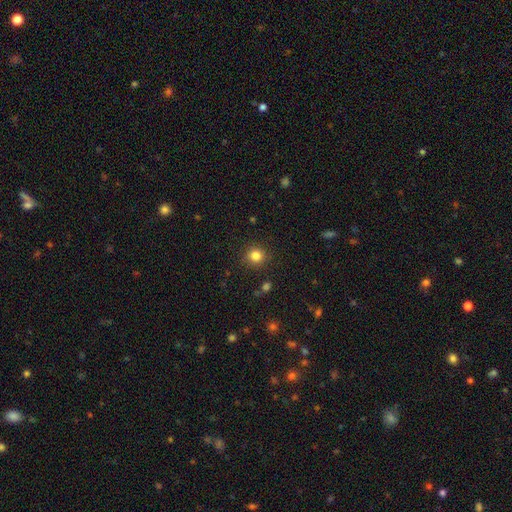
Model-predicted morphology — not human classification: Smooth or featured: smooth — 83% (star or artifact — 12%)
How rounded: round — 91% (in between — 8%)
Merging: none — 89% (minor disturbance — 7%)